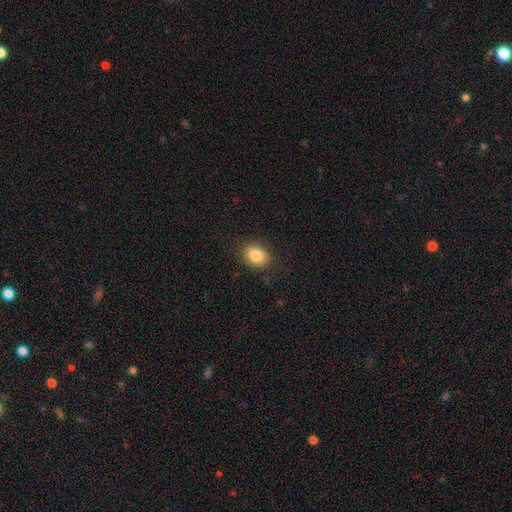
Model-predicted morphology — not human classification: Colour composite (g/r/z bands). It shows a smooth galaxy with no disk features (85%) that is in between round and cigar-shaped (68%). Merging: none (86%).